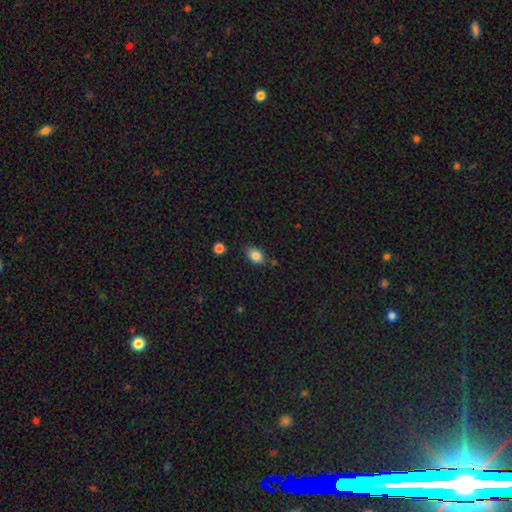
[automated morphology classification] Overall: smooth (84%). How rounded: in between (80%). Merging: none (79%).